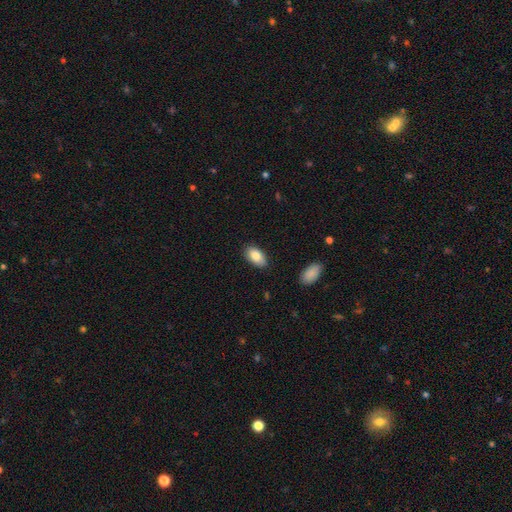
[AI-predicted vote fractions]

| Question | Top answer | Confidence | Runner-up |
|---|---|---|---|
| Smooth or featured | smooth | 85% | featured or disk (8%) |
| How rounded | in between | 94% | round (4%) |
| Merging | none | 86% | minor disturbance (10%) |